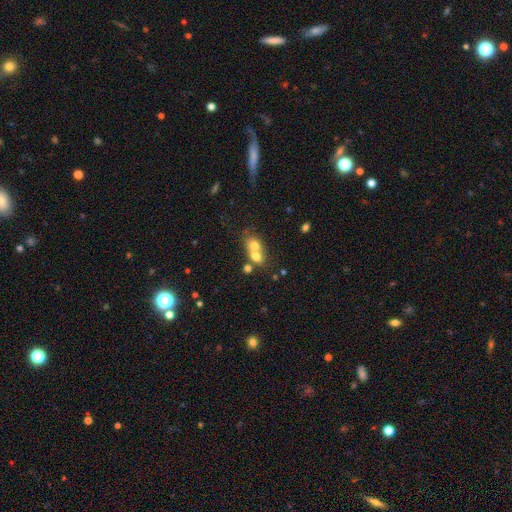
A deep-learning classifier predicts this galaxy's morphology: This is likely a smooth galaxy (67%). How rounded: possibly round (54%). Merging: likely merger (67%).